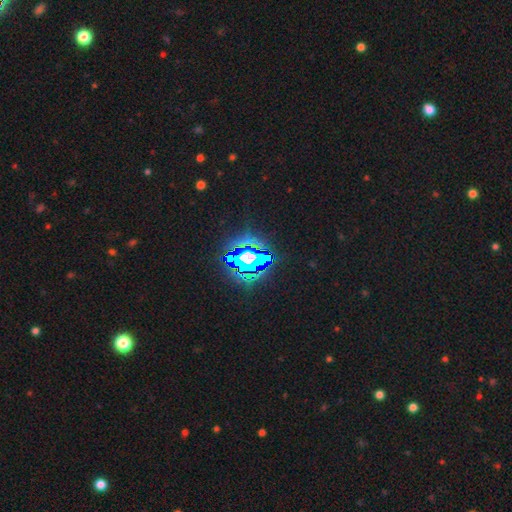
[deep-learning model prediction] This appears to be a star or artifact, not a galaxy (73%).